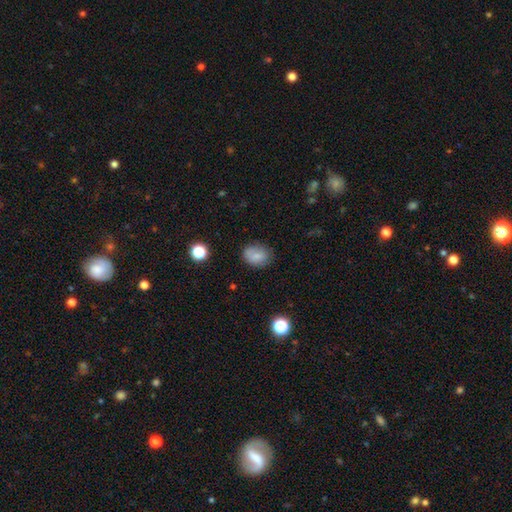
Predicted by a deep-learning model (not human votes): Smooth or featured? Predicted: smooth (p=0.77). How rounded? Predicted: in between (p=0.61). Merging? Predicted: none (p=0.75).